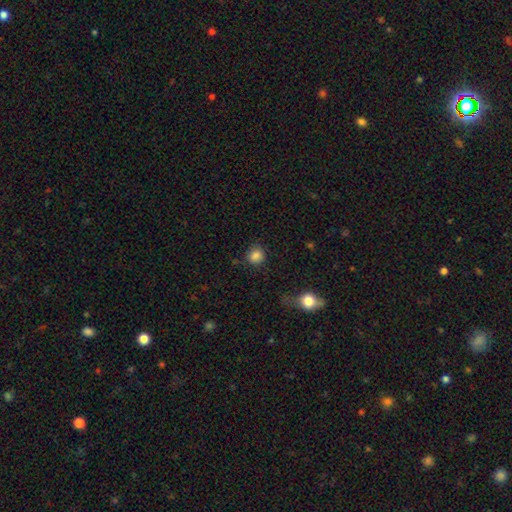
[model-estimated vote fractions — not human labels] This is clearly a smooth galaxy (86%). How rounded: clearly round (84%). Merging: clearly none (81%).